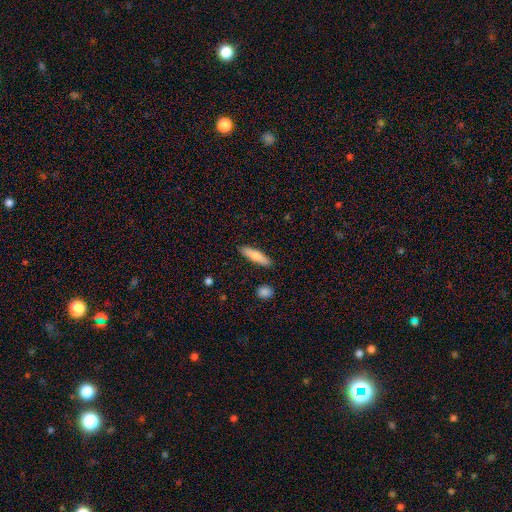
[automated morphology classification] smooth-or-featured: smooth: 76% | featured or disk: 18% | star or artifact: 6%
  how-rounded: cigar-shaped: 78% | in between: 20% | round: 2%
  merging: none: 89% | minor disturbance: 8% | major disturbance: 2% | merger: 2%